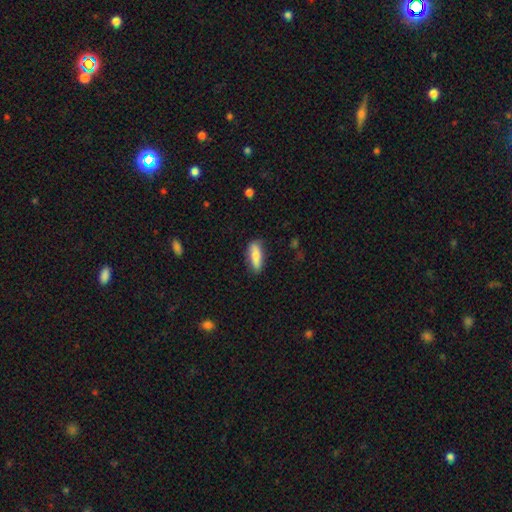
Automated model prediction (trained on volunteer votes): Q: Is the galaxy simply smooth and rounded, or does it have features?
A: smooth — 78%.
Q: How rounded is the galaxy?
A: in between — 56%.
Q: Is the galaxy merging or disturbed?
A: none — 80%.